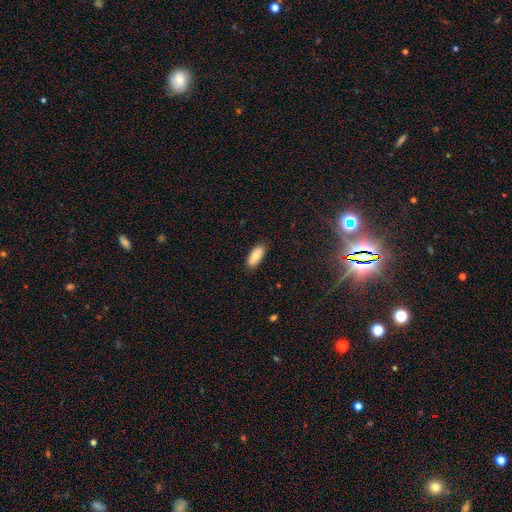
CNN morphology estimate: This is clearly a smooth galaxy (83%). How rounded: clearly in between (81%). Merging: clearly none (85%).